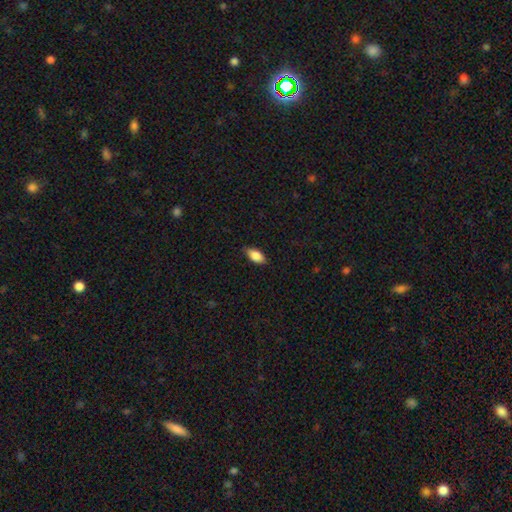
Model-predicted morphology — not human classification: Smooth or featured? smooth (83%)
How rounded? in between (89%)
Merging? none (79%)